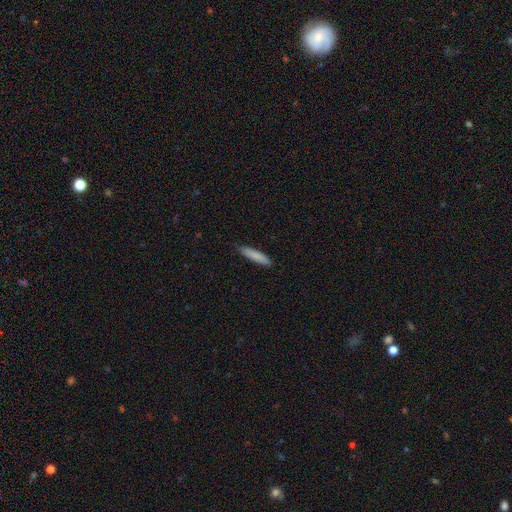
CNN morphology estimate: Smooth or featured?
  - smooth: 84% *
  - featured or disk: 10%
  - star or artifact: 6%
How rounded?
  - cigar-shaped: 86% *
  - in between: 13%
  - round: 1%
Merging?
  - none: 85% *
  - minor disturbance: 12%
  - major disturbance: 2%
  - merger: 1%